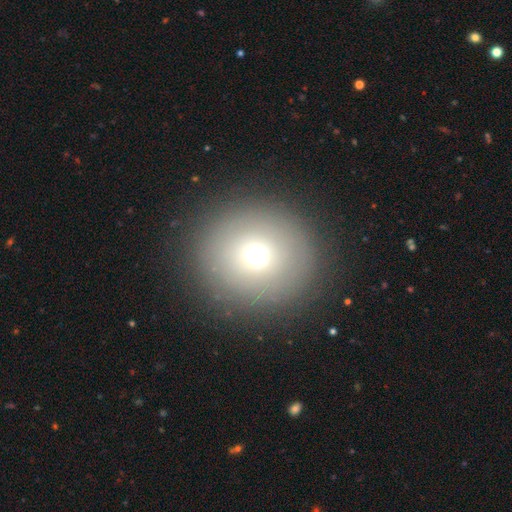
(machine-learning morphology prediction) This is likely a smooth galaxy (65%). How rounded: clearly round (86%). Merging: clearly none (86%).